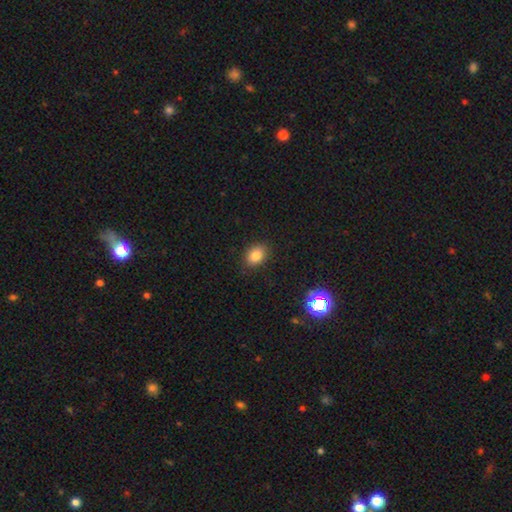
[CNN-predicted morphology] Smooth or featured?
  - smooth: 83% *
  - star or artifact: 11%
  - featured or disk: 6%
How rounded?
  - in between: 75% *
  - round: 24%
  - cigar-shaped: 1%
Merging?
  - none: 86% *
  - minor disturbance: 10%
  - major disturbance: 2%
  - merger: 1%